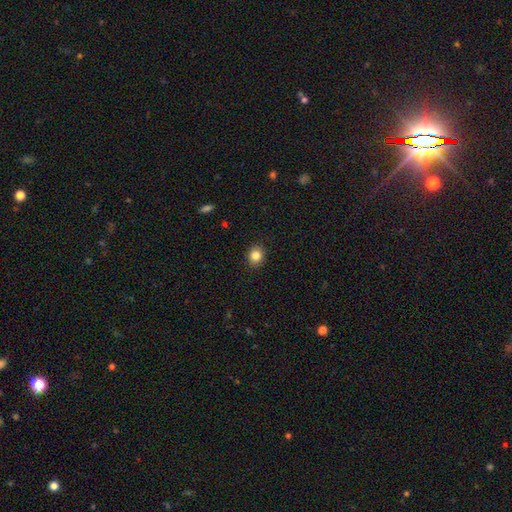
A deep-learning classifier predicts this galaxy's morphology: A smooth galaxy with no disk features (84%) that is round (71%). Merging: none (90%).